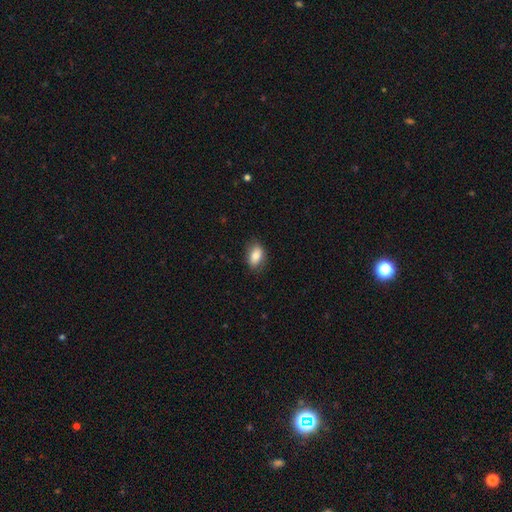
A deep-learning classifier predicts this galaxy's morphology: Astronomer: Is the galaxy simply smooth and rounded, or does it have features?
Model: smooth — 80%.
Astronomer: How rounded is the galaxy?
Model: in between — 86%.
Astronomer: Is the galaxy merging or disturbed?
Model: none — 82%.